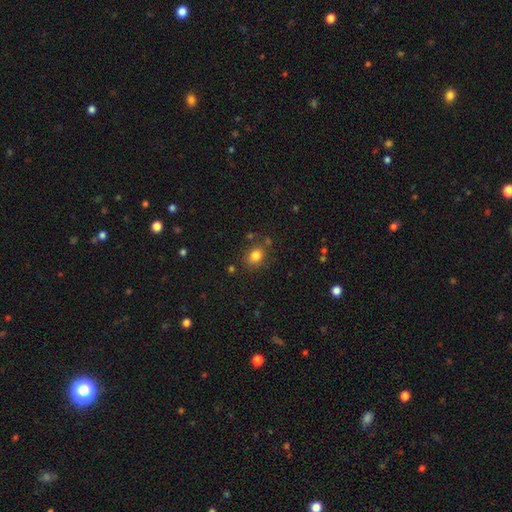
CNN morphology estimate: Smooth or featured? smooth (81%)
How rounded? in between (54%)
Merging? none (78%)